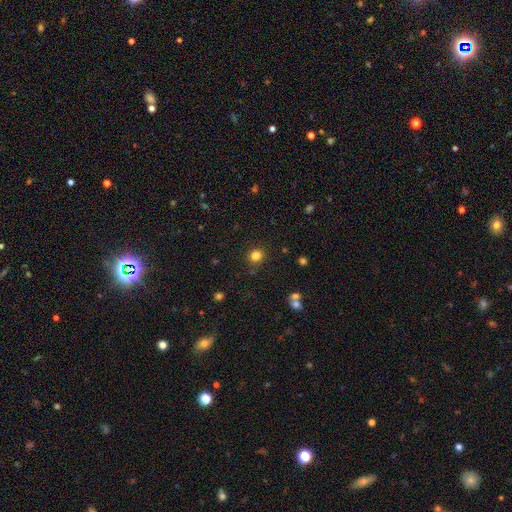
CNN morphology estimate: Q: Smooth or featured?
A: smooth (82%); runner-up: star or artifact (13%)
Q: How rounded?
A: round (88%); runner-up: in between (11%)
Q: Merging?
A: none (88%); runner-up: minor disturbance (7%)